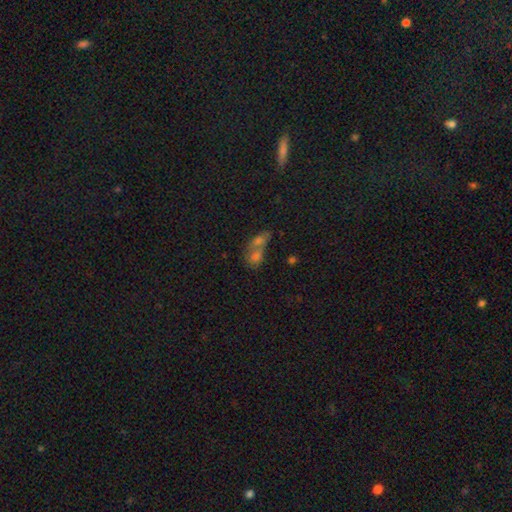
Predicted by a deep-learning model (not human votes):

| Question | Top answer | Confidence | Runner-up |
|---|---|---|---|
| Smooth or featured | smooth | 62% | featured or disk (20%) |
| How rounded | in between | 66% | round (28%) |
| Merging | merger | 67% | none (21%) |